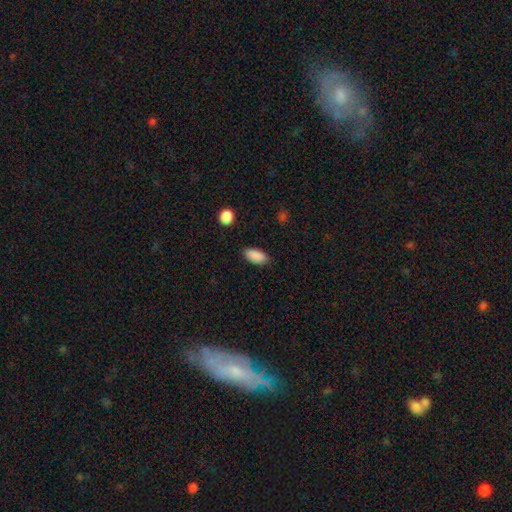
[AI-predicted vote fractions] Morphology: type=smooth (89%); roundness=in between (92%); merging=none (85%).